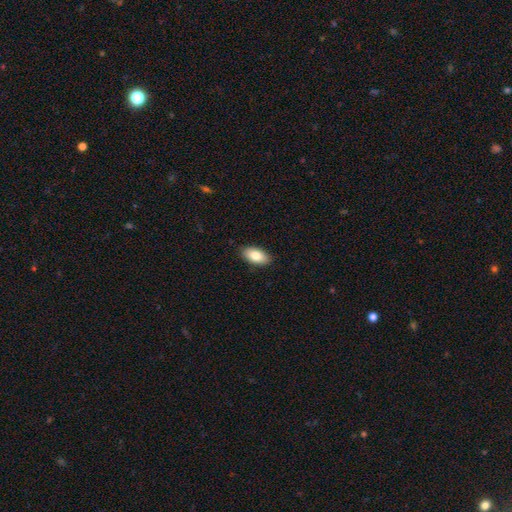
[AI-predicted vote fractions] Morphology: type=smooth (82%); roundness=in between (93%); merging=none (88%).